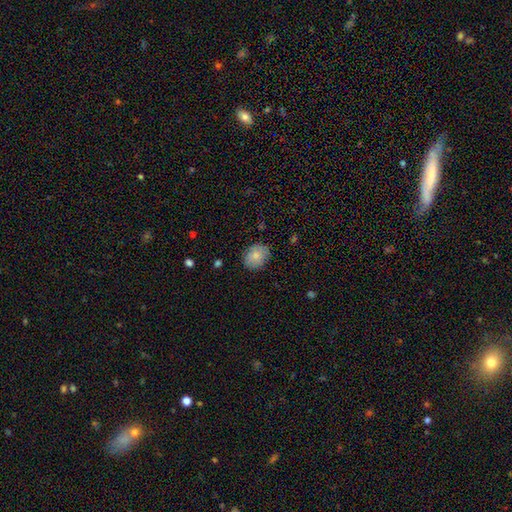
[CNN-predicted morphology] Smooth or featured: smooth — 82% (featured or disk — 11%)
How rounded: in between — 52% (round — 47%)
Merging: none — 84% (minor disturbance — 12%)